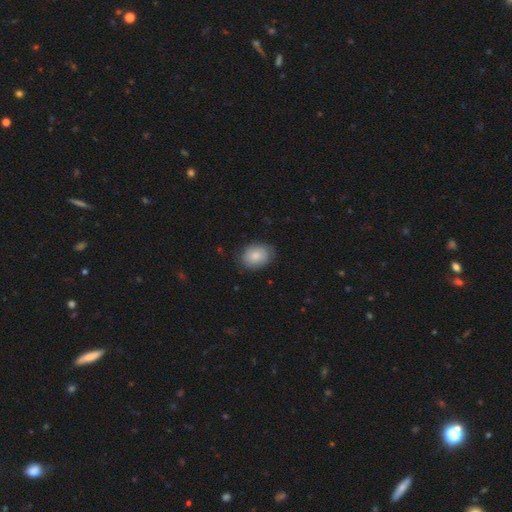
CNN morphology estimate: This is clearly a smooth galaxy (80%). How rounded: likely in between (63%). Merging: likely none (76%).